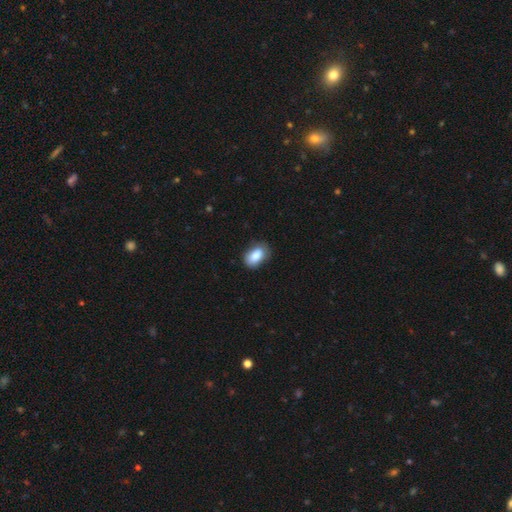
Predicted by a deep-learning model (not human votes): Smooth or featured? Predicted: smooth (p=0.85). How rounded? Predicted: in between (p=0.89). Merging? Predicted: none (p=0.78).